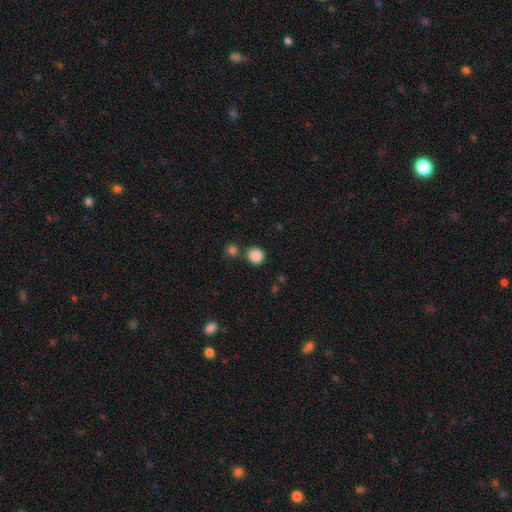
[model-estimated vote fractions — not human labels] smooth 87%, star or artifact 9%, featured or disk 4%. Down the decision tree: how rounded — round (88%); merging — none (76%).